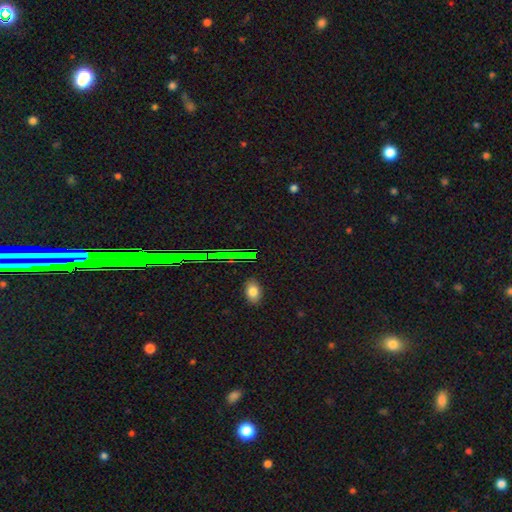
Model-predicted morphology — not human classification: This is likely a star or artifact rather than a galaxy (67%).